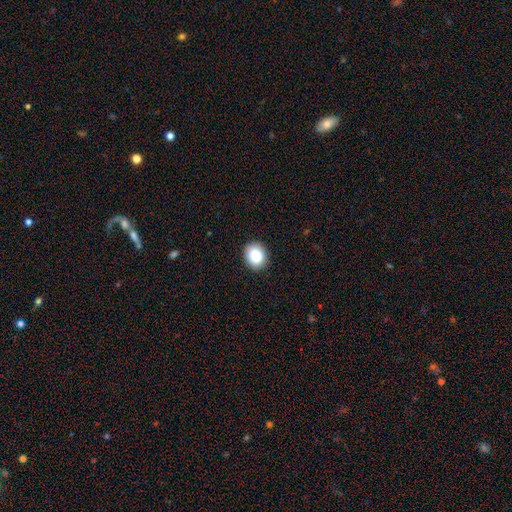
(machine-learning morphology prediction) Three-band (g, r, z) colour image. It shows a smooth galaxy with no disk features (88%) that is round (55%). Merging: none (90%).